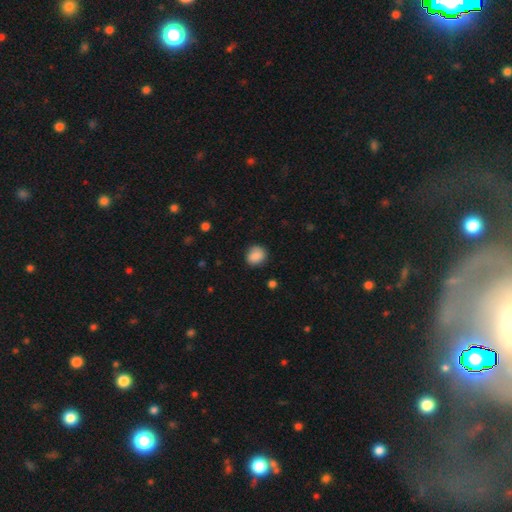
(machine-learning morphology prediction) The model was most divided on "how rounded": round: 76%, in between: 23%, cigar-shaped: 1%. More confident: smooth or featured — smooth (86%); merging — none (84%).